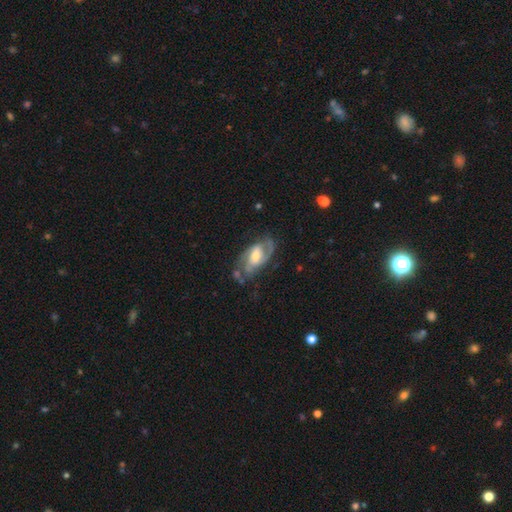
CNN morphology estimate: Smooth or featured? featured or disk (83%)
Edge-on disk? no (95%)
Bar? weak (46%)
Spiral arms? yes (94%)
Spiral winding? medium (49%)
Spiral arm count? 2 (73%)
Bulge size? moderate (59%)
Merging? none (63%)